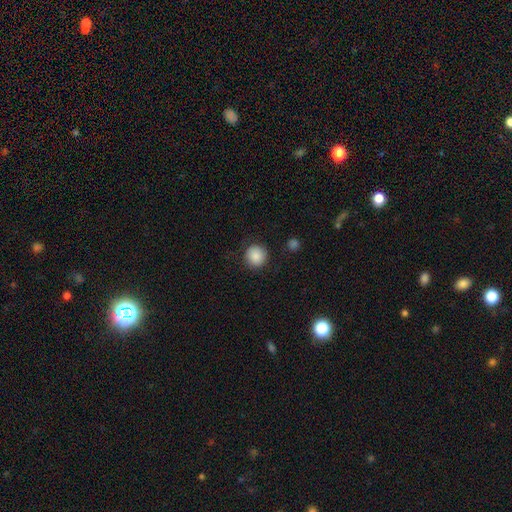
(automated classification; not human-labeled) A smooth galaxy with no disk features (88%) that is round (93%).

Vote fractions:
- Smooth or featured? smooth: 88% / star or artifact: 8% / featured or disk: 4%
- How rounded? round: 93% / in between: 6% / cigar-shaped: 1%
- Merging? none: 86% / minor disturbance: 9% / major disturbance: 3% / merger: 2%